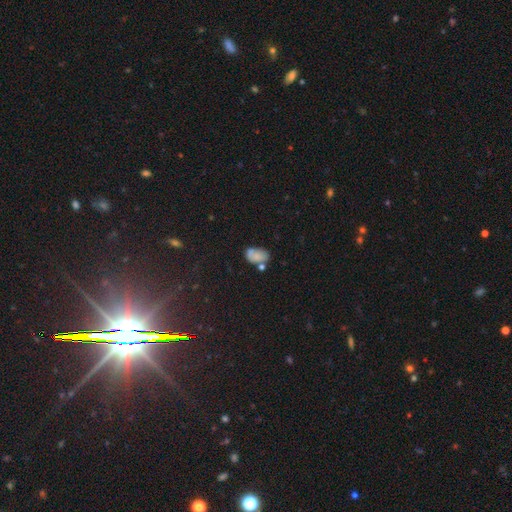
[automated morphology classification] Smooth or featured? smooth (72%)
How rounded? in between (88%)
Merging? none (47%)